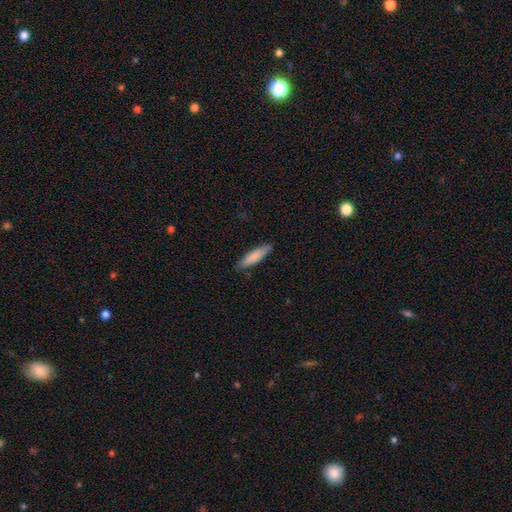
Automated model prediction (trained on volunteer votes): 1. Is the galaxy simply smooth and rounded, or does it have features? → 83% smooth, 12% featured or disk, 5% star or artifact.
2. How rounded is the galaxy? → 74% cigar-shaped, 25% in between, 1% round.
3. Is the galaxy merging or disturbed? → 86% none, 11% minor disturbance, 2% major disturbance, 1% merger.